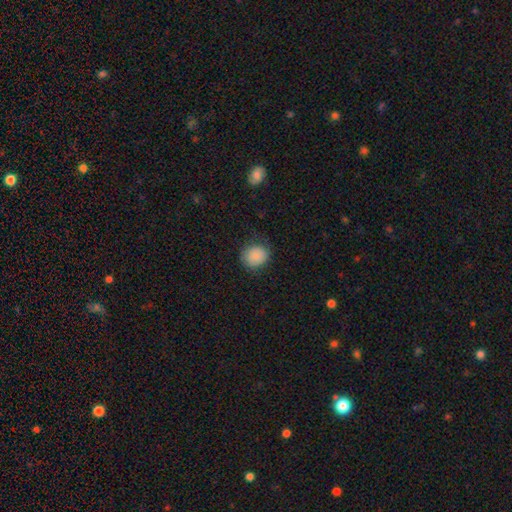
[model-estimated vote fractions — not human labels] Morphology: type=smooth (87%); roundness=round (80%); merging=none (78%).